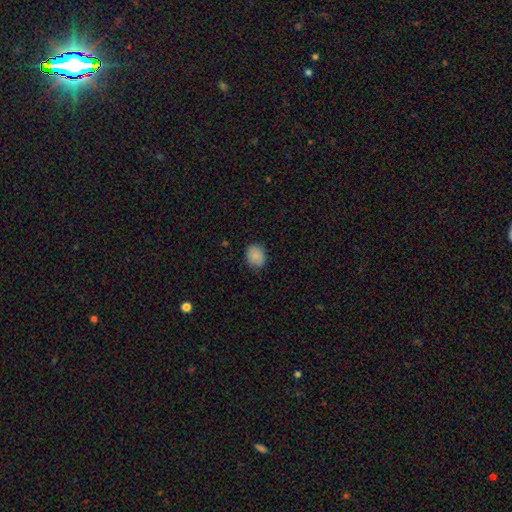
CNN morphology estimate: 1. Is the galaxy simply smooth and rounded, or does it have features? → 87% smooth, 8% star or artifact, 5% featured or disk.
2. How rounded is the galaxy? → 57% round, 42% in between, 1% cigar-shaped.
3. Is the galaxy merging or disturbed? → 85% none, 12% minor disturbance, 3% major disturbance, 1% merger.